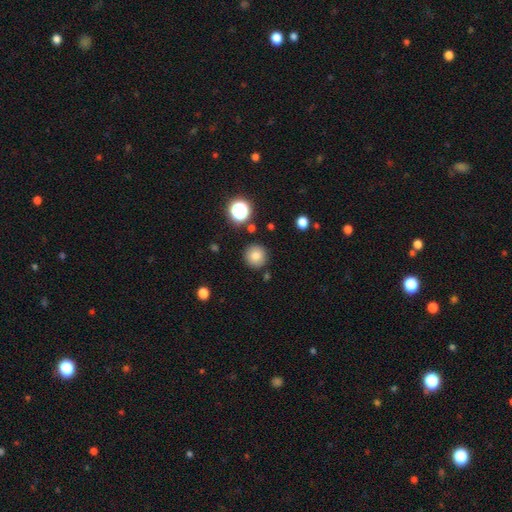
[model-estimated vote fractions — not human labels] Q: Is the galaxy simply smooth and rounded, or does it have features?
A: smooth — 80%.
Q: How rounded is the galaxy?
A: round — 95%.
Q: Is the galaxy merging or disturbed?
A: none — 88%.